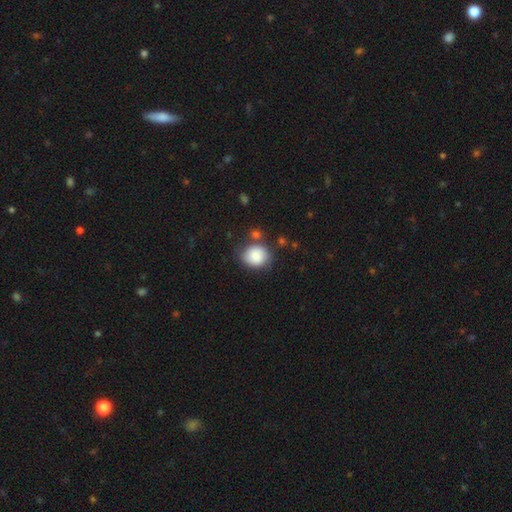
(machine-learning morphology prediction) Smooth or featured? Predicted: smooth (p=0.85). How rounded? Predicted: round (p=0.70). Merging? Predicted: none (p=0.66).